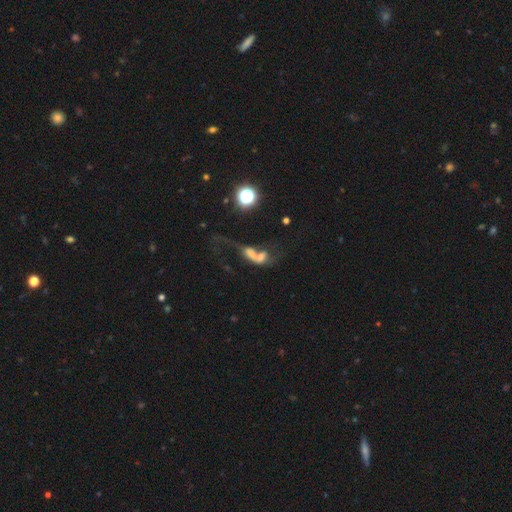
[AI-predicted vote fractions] Smooth or featured: smooth — 46% (featured or disk — 38%)
Merging: merger — 65% (major disturbance — 19%)